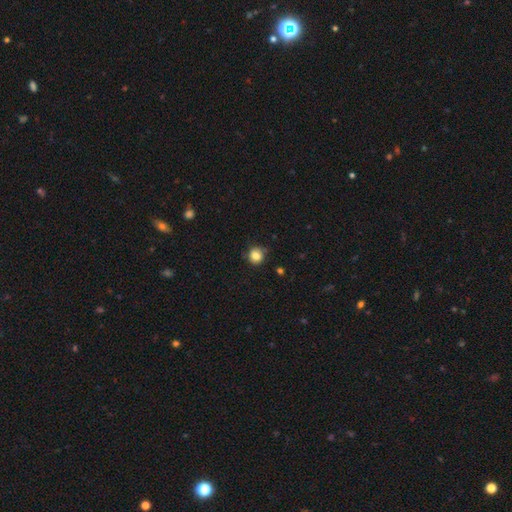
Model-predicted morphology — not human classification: smooth_or_featured: smooth (p=0.83) [alt: star or artifact p=0.10]
how_rounded: round (p=0.84) [alt: in between p=0.15]
merging: none (p=0.75) [alt: minor disturbance p=0.19]